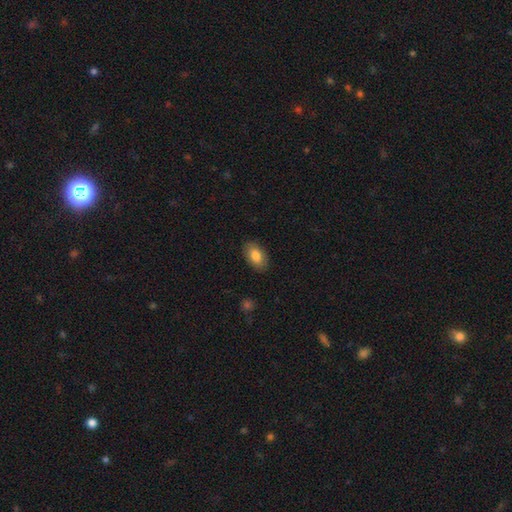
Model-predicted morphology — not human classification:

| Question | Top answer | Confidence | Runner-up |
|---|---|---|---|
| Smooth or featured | smooth | 82% | featured or disk (11%) |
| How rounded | in between | 93% | round (6%) |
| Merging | none | 88% | minor disturbance (9%) |